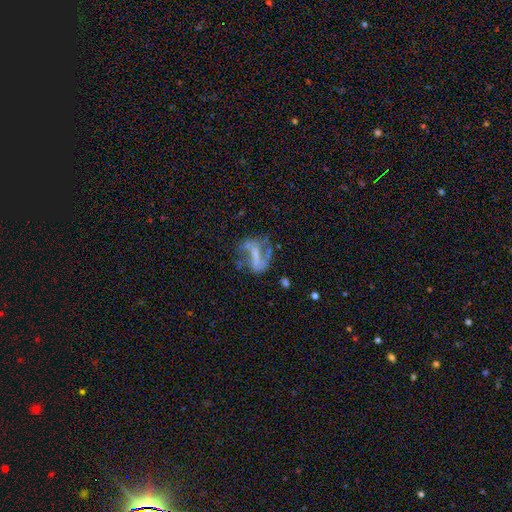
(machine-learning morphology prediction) featured or disk 67%, smooth 21%, star or artifact 12%. Down the decision tree: edge-on disk — no (95%); bar — strong (40%); spiral arms — yes (61%); bulge size — none (53%); merging — none (37%).